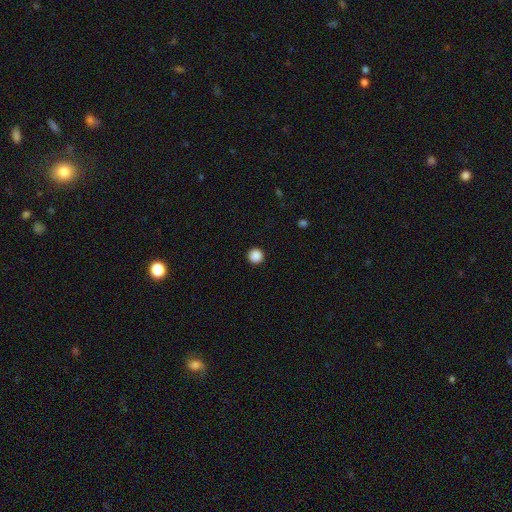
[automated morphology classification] This appears to be a smooth galaxy with no disk features (88%) that is round (97%). Merging: none (94%).